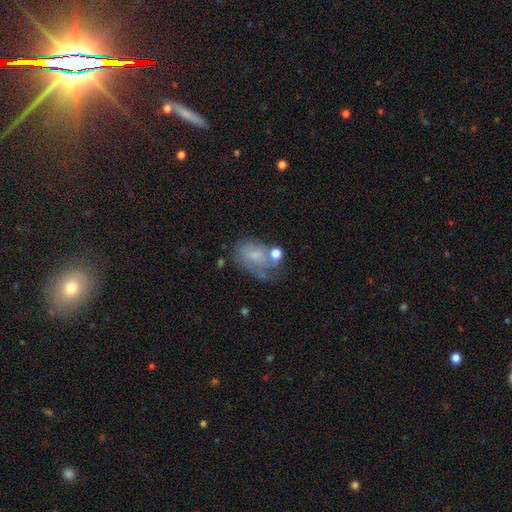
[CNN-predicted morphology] Smooth or featured? smooth (53%)
How rounded? in between (82%)
Merging? none (36%)